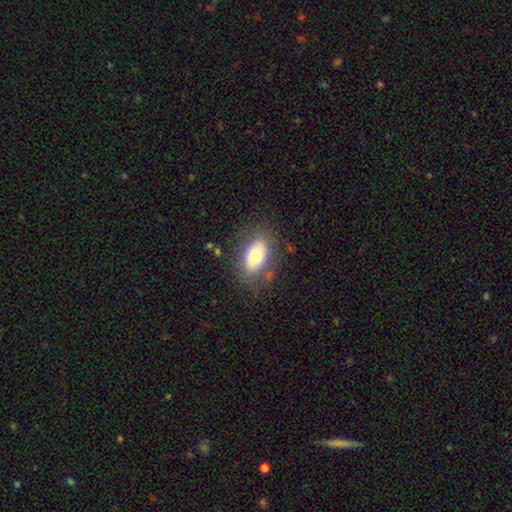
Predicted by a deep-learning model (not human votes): Morphology: type=smooth (69%); roundness=in between (85%); merging=none (78%).